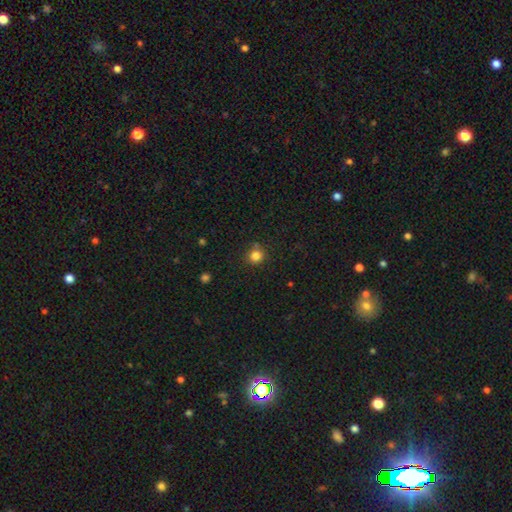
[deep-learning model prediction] smooth 82%, star or artifact 13%, featured or disk 5%. Down the decision tree: how rounded — round (92%); merging — none (79%).